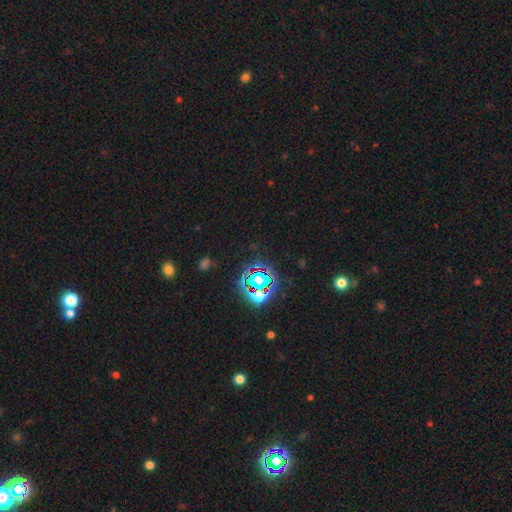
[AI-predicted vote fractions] smooth-or-featured: star or artifact: 79% | smooth: 13% | featured or disk: 8%